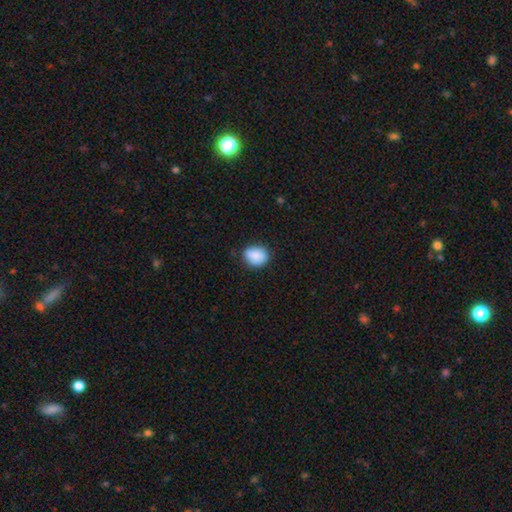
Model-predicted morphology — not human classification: smooth-or-featured: smooth: 89% | star or artifact: 7% | featured or disk: 4%
  how-rounded: in between: 54% | round: 45% | cigar-shaped: 1%
  merging: none: 81% | minor disturbance: 15% | major disturbance: 3% | merger: 1%